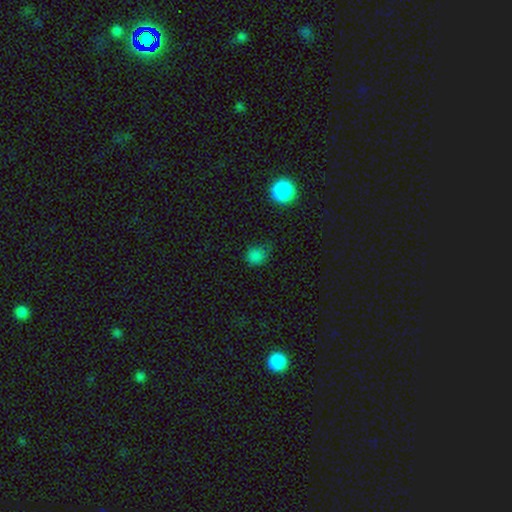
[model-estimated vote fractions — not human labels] Smooth or featured?
  - smooth: 79% *
  - star or artifact: 17%
  - featured or disk: 4%
How rounded?
  - round: 81% *
  - in between: 18%
  - cigar-shaped: 1%
Merging?
  - none: 61% *
  - minor disturbance: 28%
  - major disturbance: 9%
  - merger: 3%